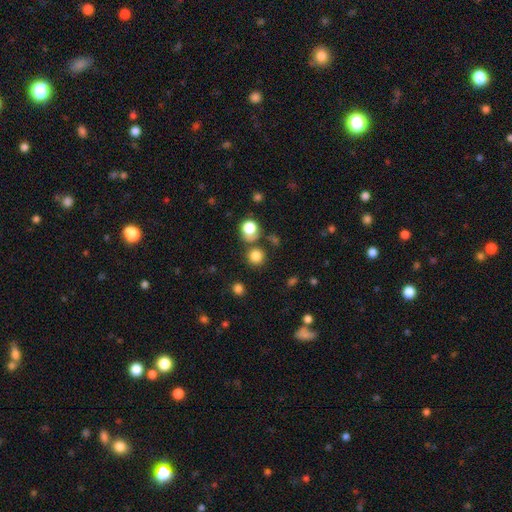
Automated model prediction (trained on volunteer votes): smooth_or_featured: smooth (p=0.80) [alt: star or artifact p=0.15]
how_rounded: round (p=0.92) [alt: in between p=0.07]
merging: none (p=0.78) [alt: merger p=0.10]